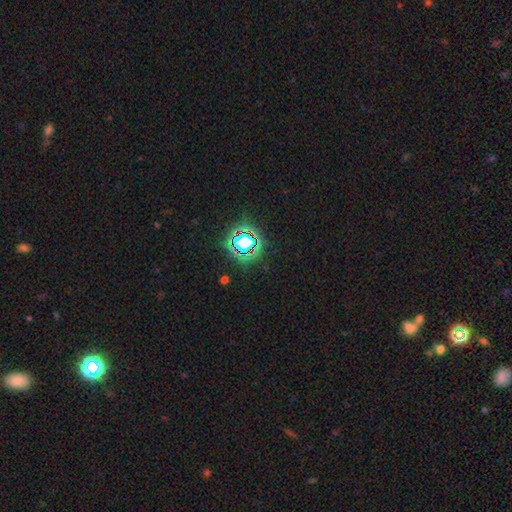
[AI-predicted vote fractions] star or artifact 79%, smooth 13%, featured or disk 8%.